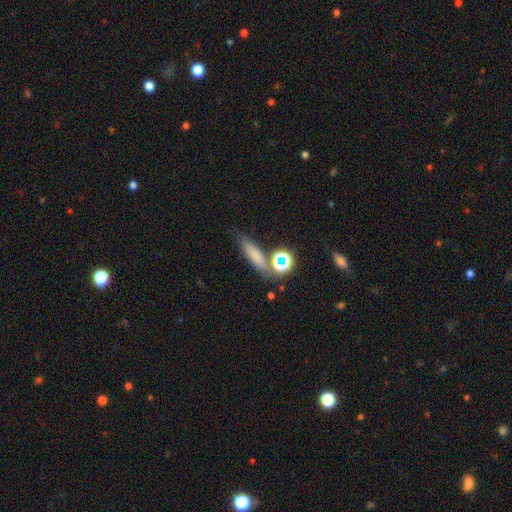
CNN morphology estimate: Smooth or featured? Predicted: smooth (p=0.69). How rounded? Predicted: cigar-shaped (p=0.59). Merging? Predicted: none (p=0.70).